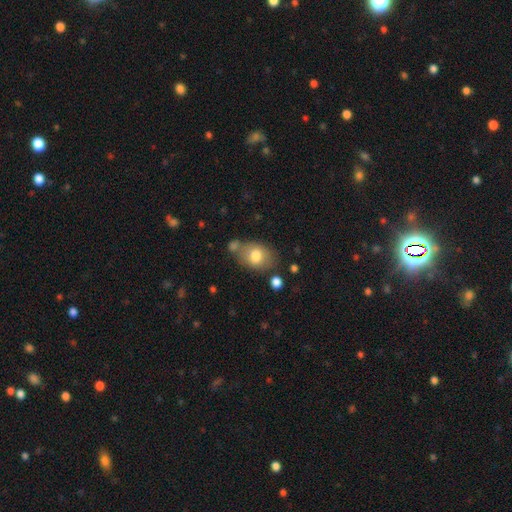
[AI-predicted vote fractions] smooth_or_featured: smooth (p=0.76) [alt: featured or disk p=0.16]
how_rounded: in between (p=0.71) [alt: round p=0.28]
merging: none (p=0.60) [alt: minor disturbance p=0.19]